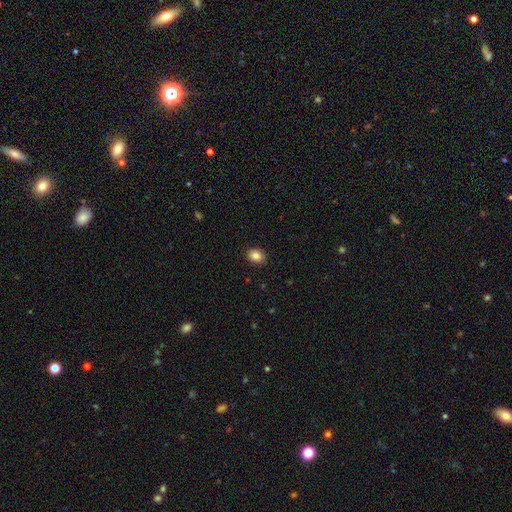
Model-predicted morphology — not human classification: Smooth or featured? Predicted: smooth (p=0.86). How rounded? Predicted: round (p=0.54). Merging? Predicted: none (p=0.90).